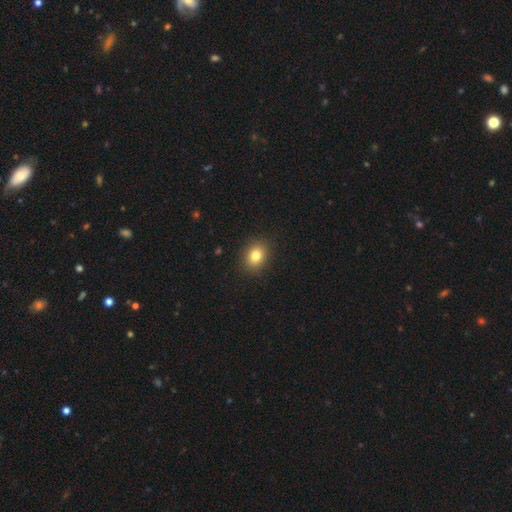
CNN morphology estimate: Overall: smooth (81%). How rounded: round (51%; in between 48%). Merging: none (90%).